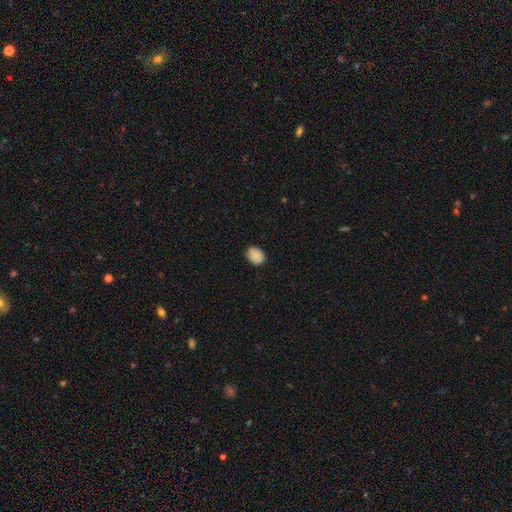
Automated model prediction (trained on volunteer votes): Smooth or featured? Predicted: smooth (p=0.87). How rounded? Predicted: in between (p=0.58). Merging? Predicted: none (p=0.82).